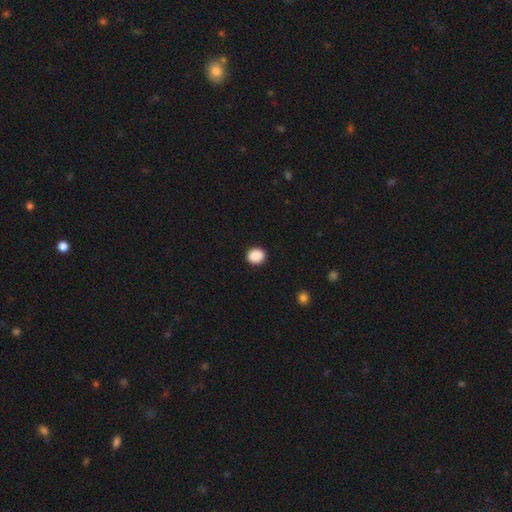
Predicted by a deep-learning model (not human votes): The model was most divided on "how rounded": round: 73%, in between: 27%, cigar-shaped: 1%. More confident: merging — none (92%); smooth or featured — smooth (89%).